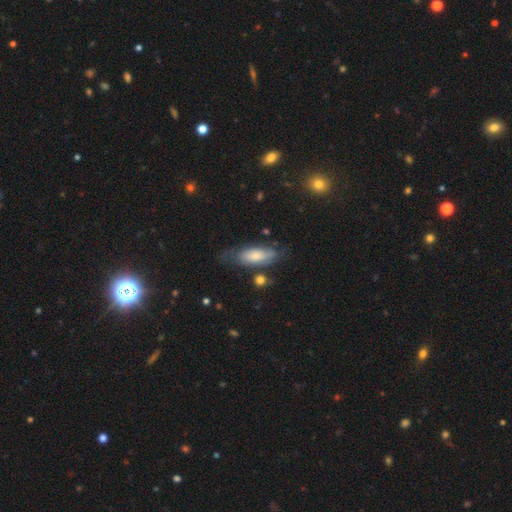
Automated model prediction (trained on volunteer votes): smooth_or_featured: smooth (p=0.61) [alt: featured or disk p=0.32]
how_rounded: in between (p=0.77) [alt: cigar-shaped p=0.20]
merging: none (p=0.55) [alt: minor disturbance p=0.26]